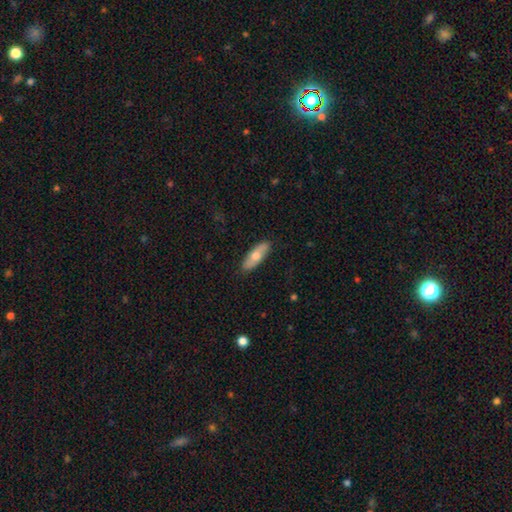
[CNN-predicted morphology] A smooth galaxy with no disk features (61%) that is in between round and cigar-shaped (56%).

Vote fractions:
- Smooth or featured? smooth: 61% / featured or disk: 33% / star or artifact: 6%
- How rounded? in between: 56% / cigar-shaped: 41% / round: 3%
- Merging? none: 87% / minor disturbance: 10% / major disturbance: 2% / merger: 1%